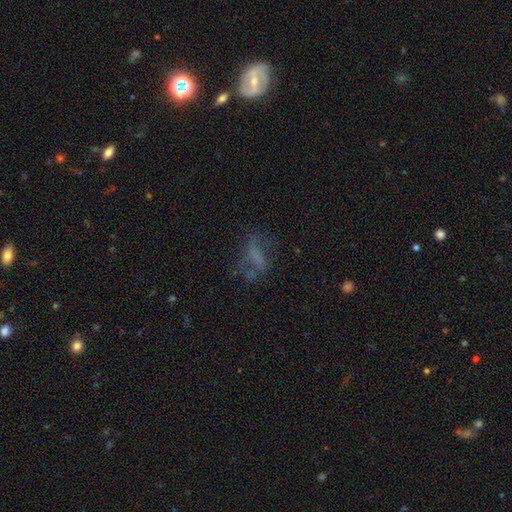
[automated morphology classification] This is marginally a featured or disk galaxy (44%). Merging: possibly none (49%).